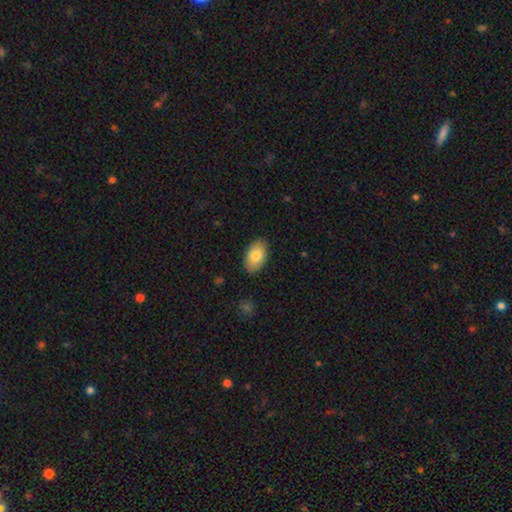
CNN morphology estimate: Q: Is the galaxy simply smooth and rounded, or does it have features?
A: smooth — 80%.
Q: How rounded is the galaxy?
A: in between — 93%.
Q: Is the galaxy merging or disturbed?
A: none — 87%.